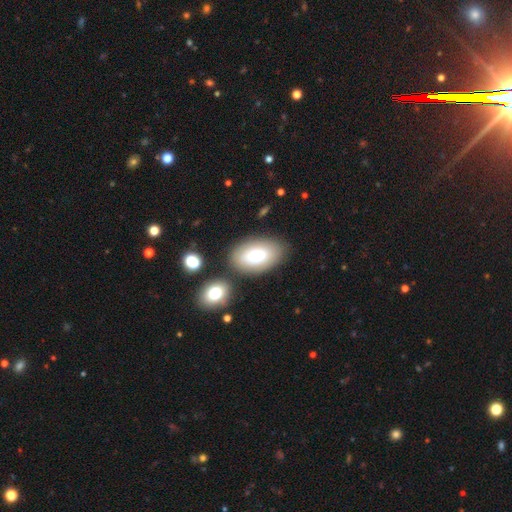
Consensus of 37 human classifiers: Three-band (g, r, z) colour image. It shows a smooth galaxy with no disk features (86%) that is in between round and cigar-shaped (97%). Merging: none (50%).